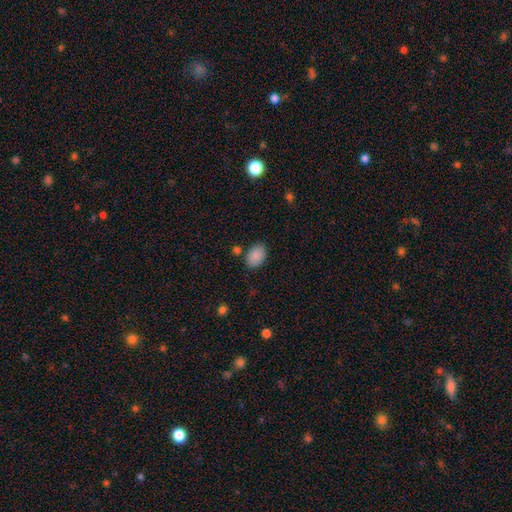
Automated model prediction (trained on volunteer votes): Smooth or featured: smooth — 89% (star or artifact — 7%)
How rounded: in between — 87% (round — 12%)
Merging: none — 81% (minor disturbance — 12%)